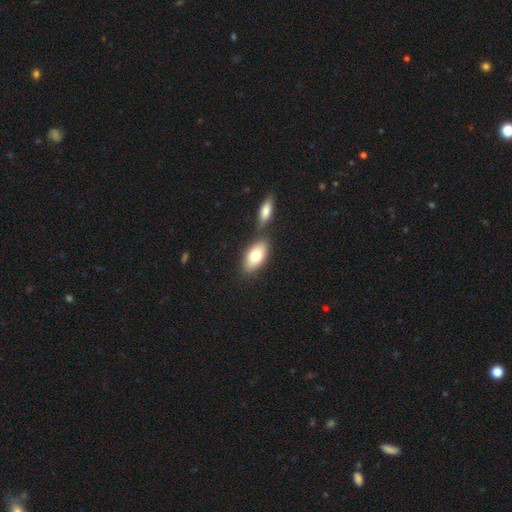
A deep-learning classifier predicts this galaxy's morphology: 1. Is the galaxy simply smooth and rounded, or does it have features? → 75% smooth, 19% featured or disk, 7% star or artifact.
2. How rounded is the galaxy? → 90% in between, 5% cigar-shaped, 5% round.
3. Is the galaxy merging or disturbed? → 60% none, 27% merger, 10% minor disturbance, 3% major disturbance.